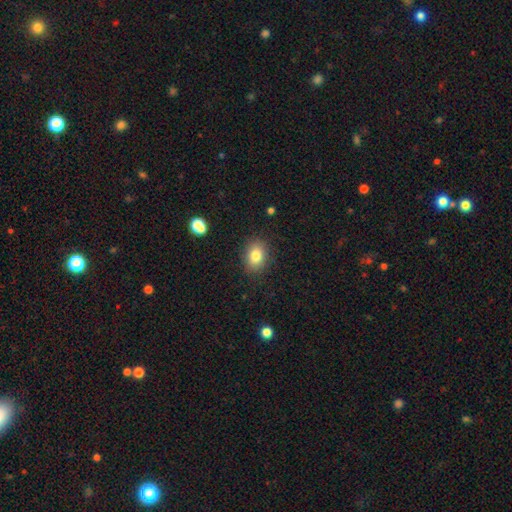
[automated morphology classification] Q: Smooth or featured?
A: smooth (81%); runner-up: star or artifact (10%)
Q: How rounded?
A: in between (65%); runner-up: round (34%)
Q: Merging?
A: none (87%); runner-up: minor disturbance (9%)